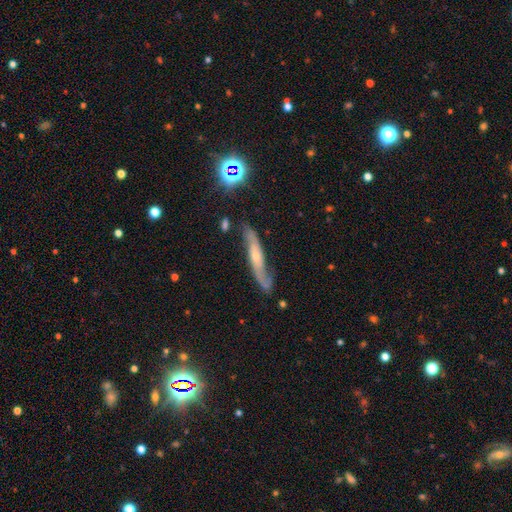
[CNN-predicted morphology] This is likely a featured or disk galaxy (71%). It is possibly viewed edge-on (50%, tied with no). Merging: likely none (67%).